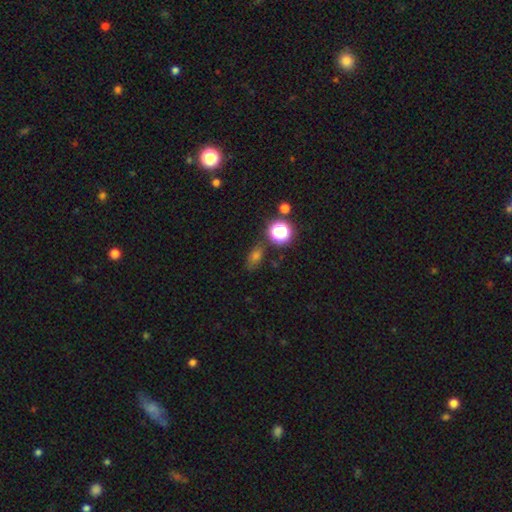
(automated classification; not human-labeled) This is likely a smooth galaxy (61%). How rounded: likely in between (61%). Merging: likely none (75%).